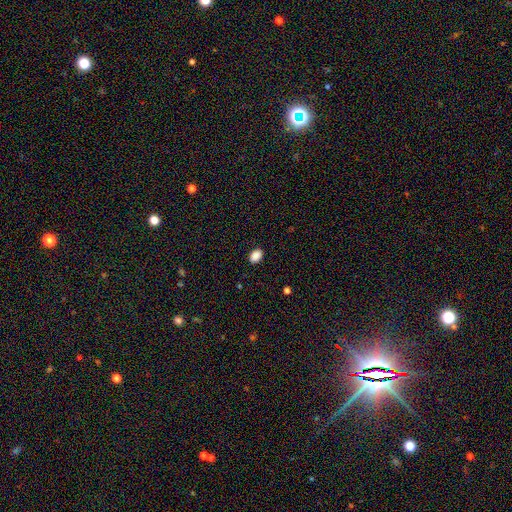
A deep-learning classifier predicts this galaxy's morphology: This appears to be a smooth galaxy with no disk features (89%) that is in between round and cigar-shaped (81%). Merging: none (89%).